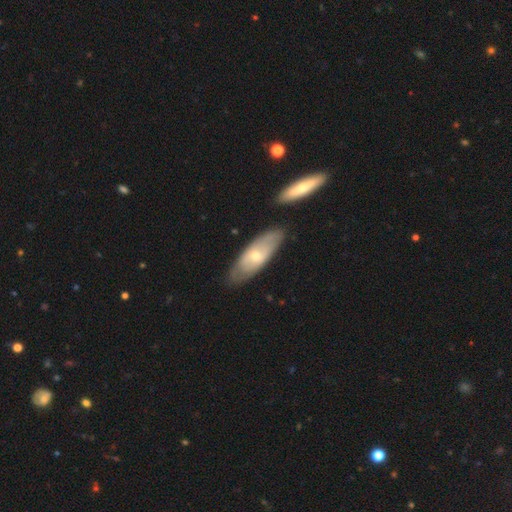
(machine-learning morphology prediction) A smooth galaxy with no disk features (47%, tied with featured or disk).

Vote fractions:
- Smooth or featured? smooth: 47% (tied) / featured or disk: 47% (tied) / star or artifact: 6%
- Merging? none: 78% / minor disturbance: 15% / merger: 4% / major disturbance: 3%